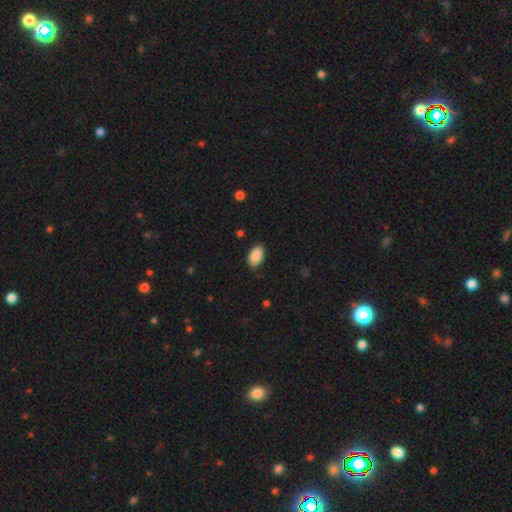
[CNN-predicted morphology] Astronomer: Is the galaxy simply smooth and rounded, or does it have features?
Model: smooth — 90%.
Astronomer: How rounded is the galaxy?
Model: in between — 93%.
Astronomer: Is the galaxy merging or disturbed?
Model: none — 87%.